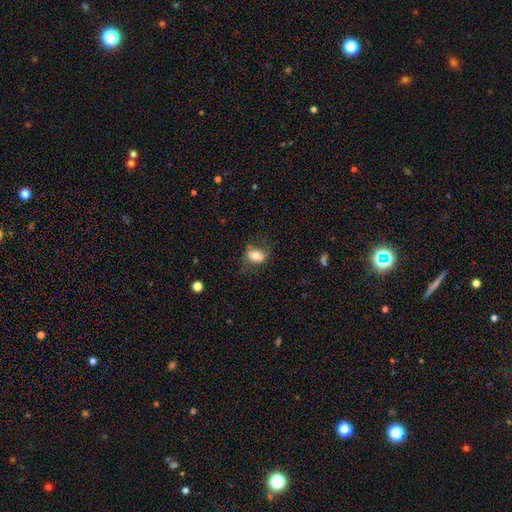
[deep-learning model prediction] Smooth or featured? smooth (72%)
How rounded? in between (70%)
Merging? none (66%)